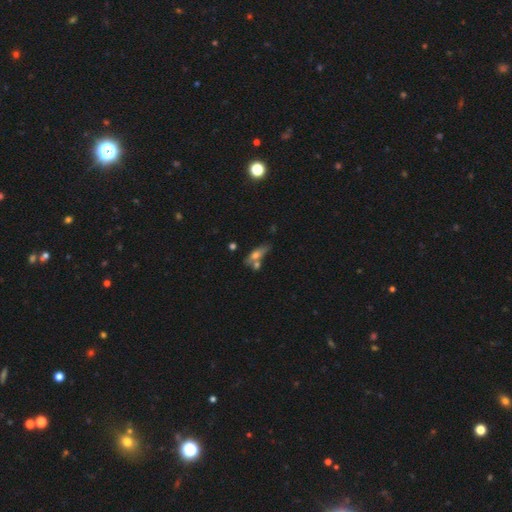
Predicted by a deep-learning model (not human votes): Smooth or featured? smooth (54%)
How rounded? in between (50%)
Merging? none (52%)